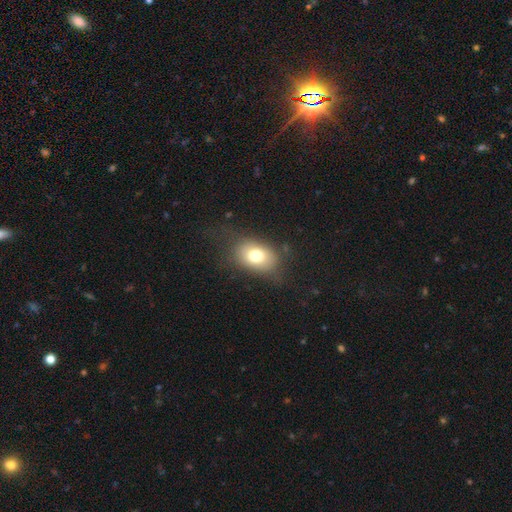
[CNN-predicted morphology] A smooth galaxy with no disk features (73%) that is in between round and cigar-shaped (74%). Merging: none (69%).